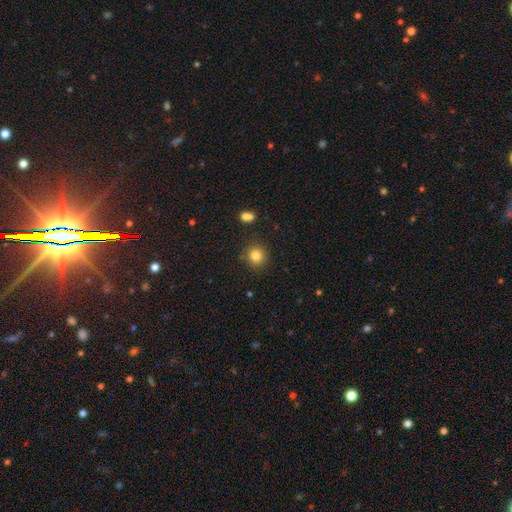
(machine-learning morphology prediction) Smooth or featured?
  - smooth: 82% *
  - star or artifact: 12%
  - featured or disk: 6%
How rounded?
  - round: 90% *
  - in between: 9%
  - cigar-shaped: 1%
Merging?
  - none: 88% *
  - minor disturbance: 7%
  - major disturbance: 2%
  - merger: 2%